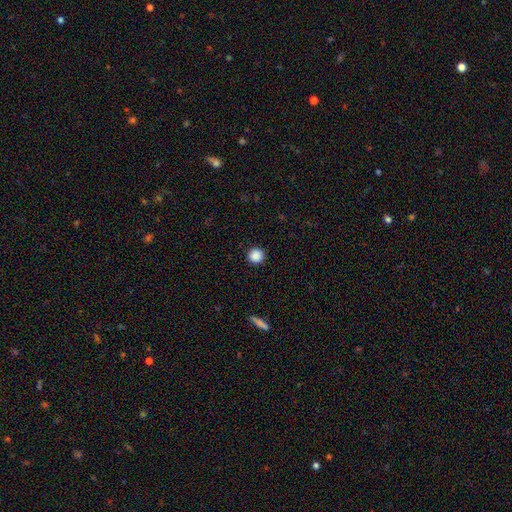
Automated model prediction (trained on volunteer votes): Q: Smooth or featured?
A: smooth (88%); runner-up: star or artifact (9%)
Q: How rounded?
A: round (94%); runner-up: in between (5%)
Q: Merging?
A: none (92%); runner-up: minor disturbance (5%)